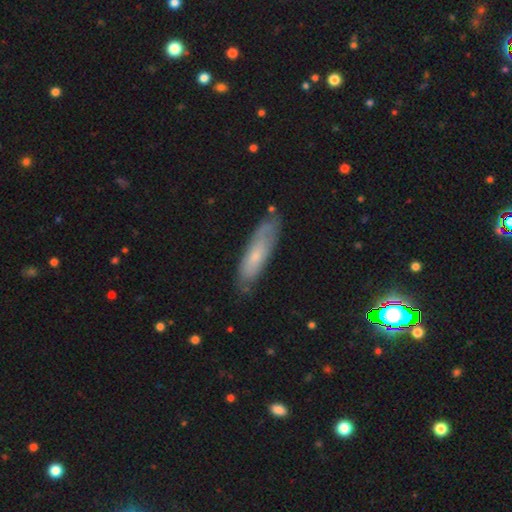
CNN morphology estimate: smooth_or_featured: smooth (p=0.55) [alt: featured or disk p=0.38]
how_rounded: cigar-shaped (p=0.61) [alt: in between p=0.37]
merging: none (p=0.70) [alt: minor disturbance p=0.22]